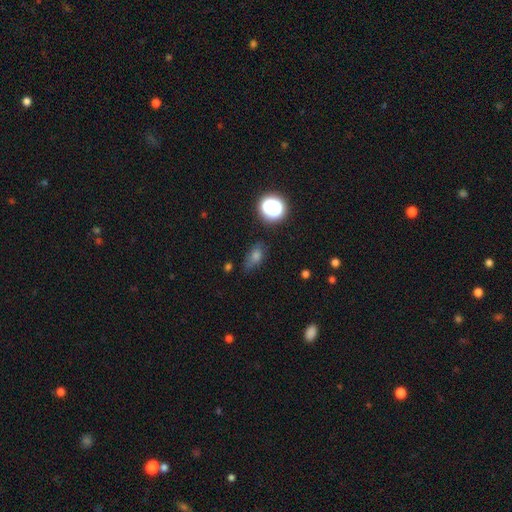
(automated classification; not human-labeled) smooth-or-featured: smooth: 64% | star or artifact: 22% | featured or disk: 14%
  how-rounded: in between: 74% | round: 20% | cigar-shaped: 6%
  merging: none: 67% | minor disturbance: 23% | major disturbance: 7% | merger: 3%